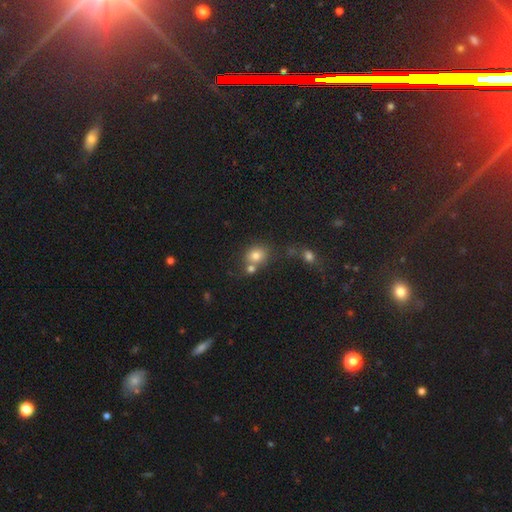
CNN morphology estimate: A smooth galaxy with no disk features (77%) that is round (60%). Merging: none (50%).